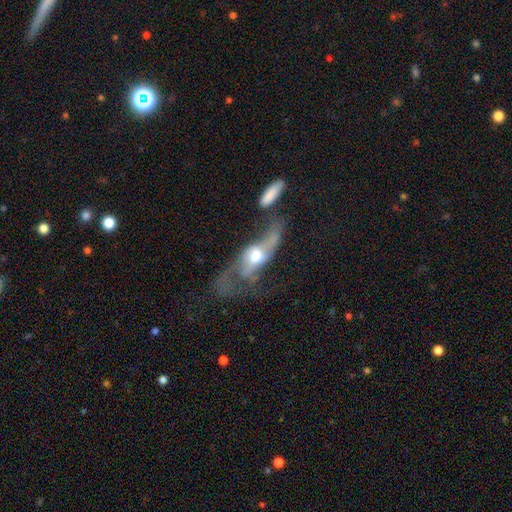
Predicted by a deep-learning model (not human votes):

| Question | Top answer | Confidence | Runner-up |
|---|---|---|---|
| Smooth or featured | featured or disk | 67% | smooth (25%) |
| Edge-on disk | no | 76% | yes (24%) |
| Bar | no | 58% | weak (29%) |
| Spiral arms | yes | 68% | no (32%) |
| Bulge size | moderate | 57% | large (27%) |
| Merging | major disturbance | 40% | merger (23%) |